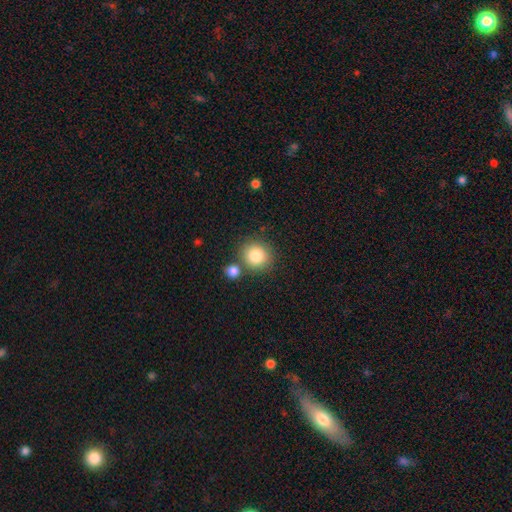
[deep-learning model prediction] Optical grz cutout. It shows a smooth galaxy with no disk features (84%) that is round (86%). Merging: none (72%).